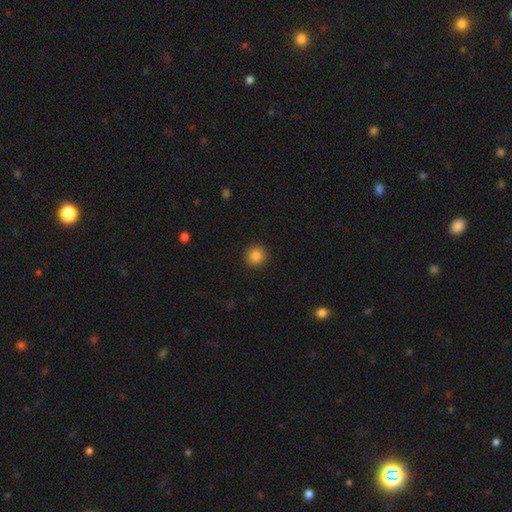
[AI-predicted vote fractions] Q: Smooth or featured?
A: smooth (85%); runner-up: star or artifact (11%)
Q: How rounded?
A: round (93%); runner-up: in between (6%)
Q: Merging?
A: none (92%); runner-up: minor disturbance (5%)